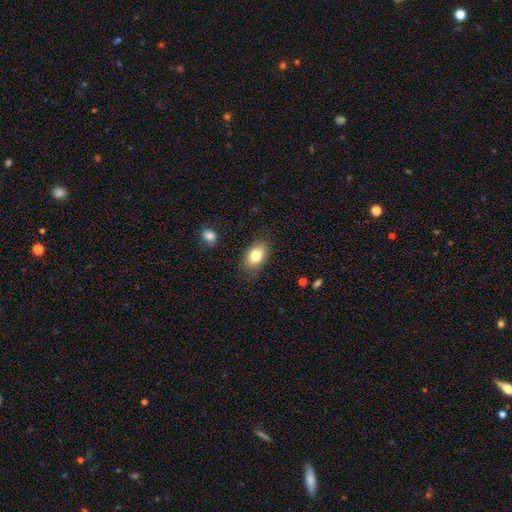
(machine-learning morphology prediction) Smooth or featured?
  - smooth: 80% *
  - featured or disk: 12%
  - star or artifact: 8%
How rounded?
  - in between: 89% *
  - round: 9%
  - cigar-shaped: 2%
Merging?
  - none: 81% *
  - minor disturbance: 14%
  - major disturbance: 3%
  - merger: 2%